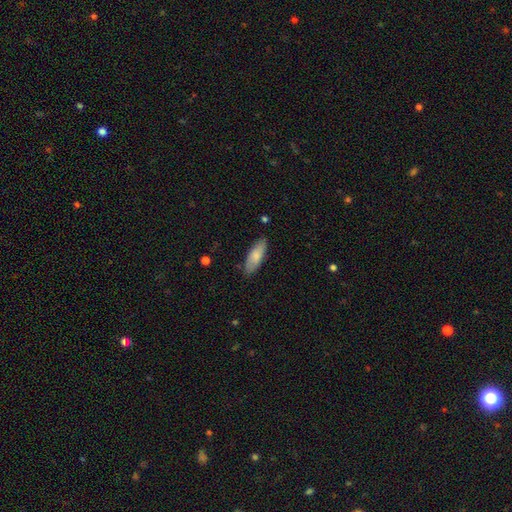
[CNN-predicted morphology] This is clearly a smooth galaxy (80%). How rounded: likely in between (64%). Merging: clearly none (84%).